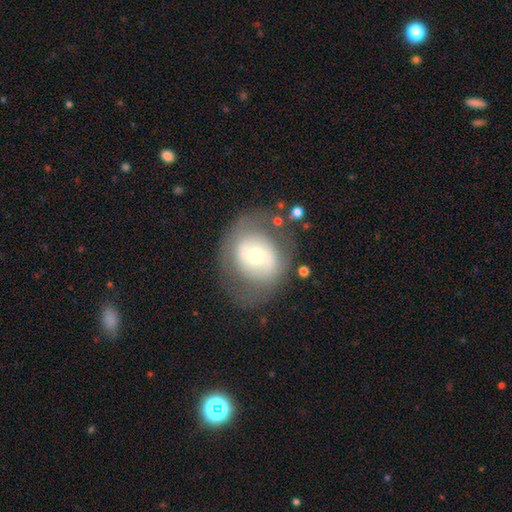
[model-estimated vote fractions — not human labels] Morphology: type=featured or disk (51%); edge-on=no (95%); merging=none (66%).